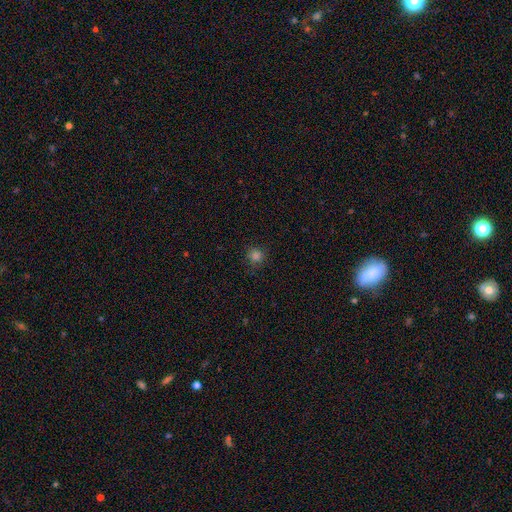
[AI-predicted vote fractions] This is clearly a smooth galaxy (82%). How rounded: clearly round (92%). Merging: clearly none (88%).